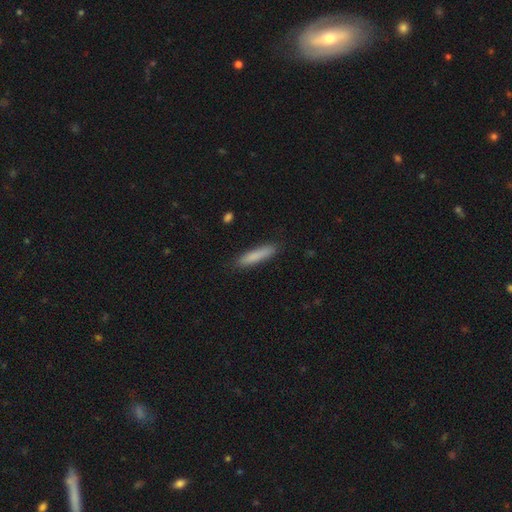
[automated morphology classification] type=smooth (84%); roundness=cigar-shaped (87%); merging=none (87%).